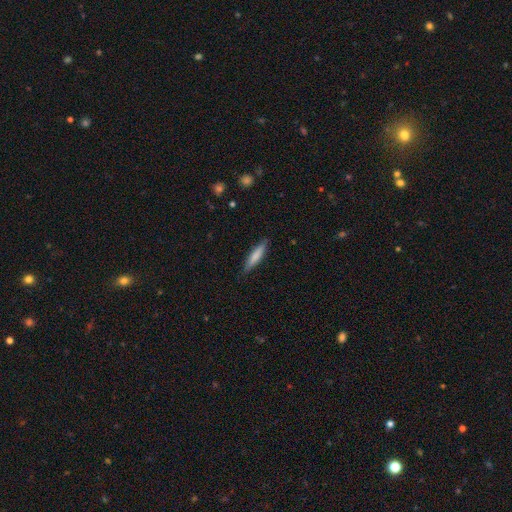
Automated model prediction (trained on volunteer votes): smooth-or-featured: smooth: 71% | featured or disk: 23% | star or artifact: 6%
  how-rounded: cigar-shaped: 87% | in between: 12% | round: 1%
  merging: none: 88% | minor disturbance: 9% | major disturbance: 2% | merger: 1%